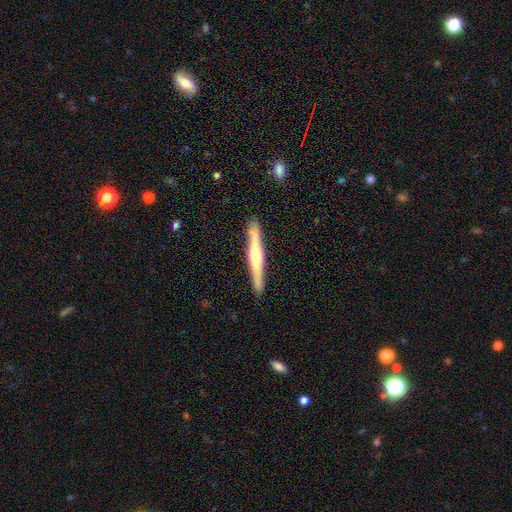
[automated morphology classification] type=featured or disk (63%); edge-on=yes (97%); edge-on bulge=rounded (79%); merging=none (90%).